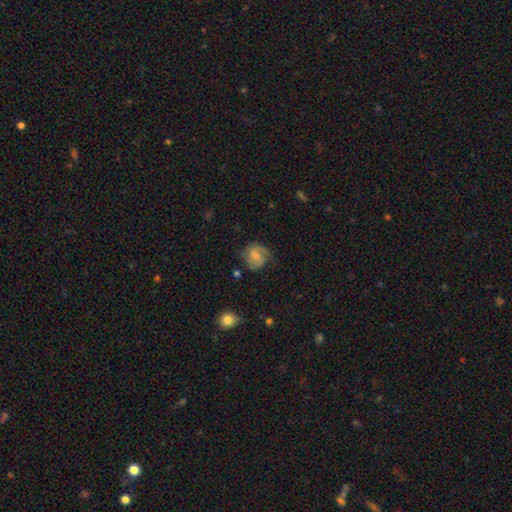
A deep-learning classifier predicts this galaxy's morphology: smooth-or-featured: featured or disk: 50% | smooth: 42% | star or artifact: 8%
  disk-edge-on: no: 98% | yes: 2%
  merging: none: 58% | minor disturbance: 25% | major disturbance: 15% | merger: 2%